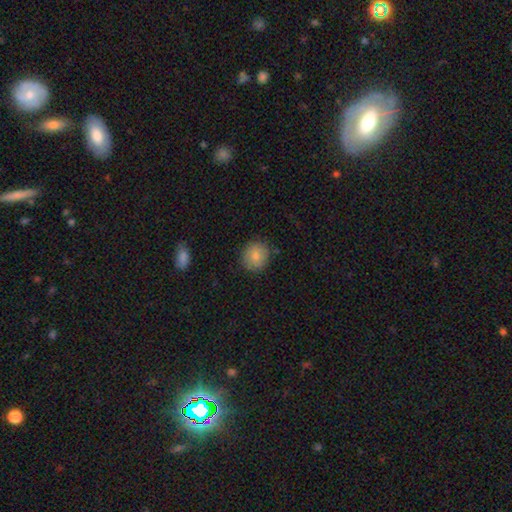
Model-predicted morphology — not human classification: This appears to be a smooth galaxy with no disk features (81%) that is round (85%). Merging: none (84%).